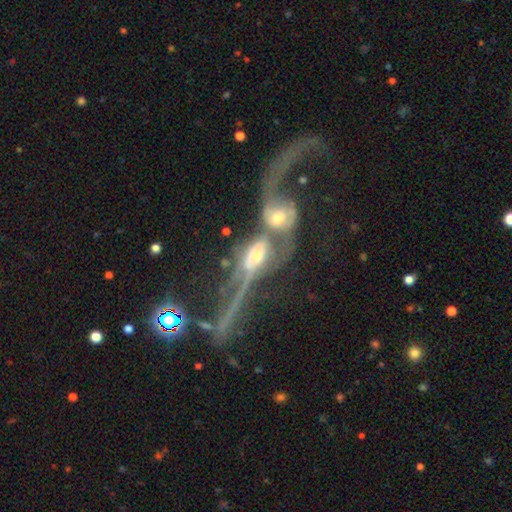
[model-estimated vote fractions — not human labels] Smooth or featured? Predicted: featured or disk (p=0.68). Edge-on disk? Predicted: no (p=0.75). Bar? Predicted: no (p=0.62). Spiral arms? Predicted: yes (p=0.65). Bulge size? Predicted: moderate (p=0.54). Merging? Predicted: merger (p=0.77).